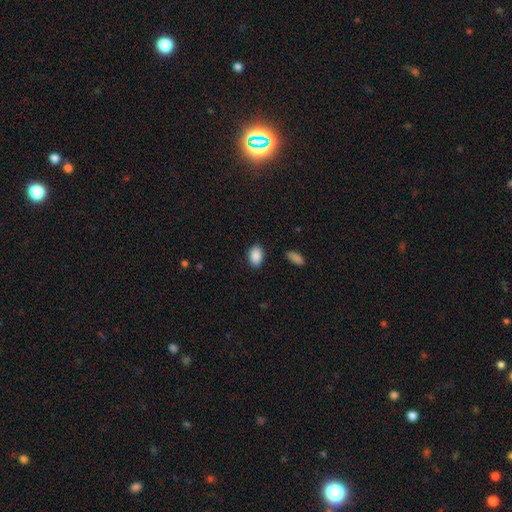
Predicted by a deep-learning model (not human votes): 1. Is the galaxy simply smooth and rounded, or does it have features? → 89% smooth, 8% star or artifact, 4% featured or disk.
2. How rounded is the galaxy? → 86% in between, 13% round, 1% cigar-shaped.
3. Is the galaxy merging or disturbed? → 85% none, 10% minor disturbance, 3% major disturbance, 2% merger.